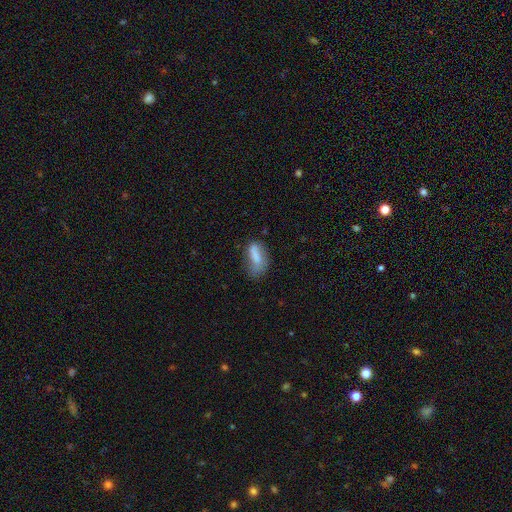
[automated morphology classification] smooth_or_featured: smooth (p=0.74) [alt: featured or disk p=0.16]
how_rounded: in between (p=0.79) [alt: cigar-shaped p=0.17]
merging: none (p=0.39) [alt: minor disturbance p=0.33]